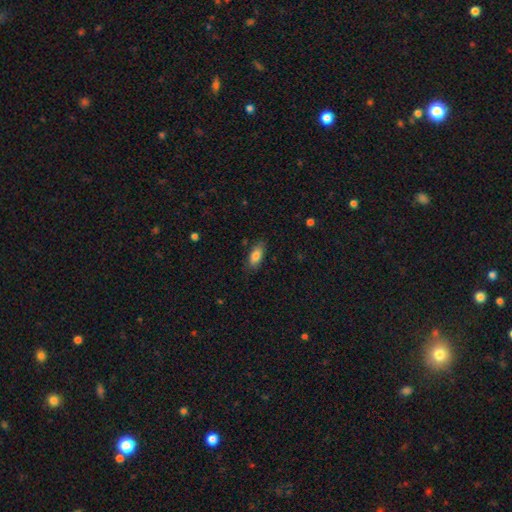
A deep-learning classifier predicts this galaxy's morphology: This appears to be a smooth galaxy with no disk features (83%) that is in between round and cigar-shaped (83%). Merging: none (82%).